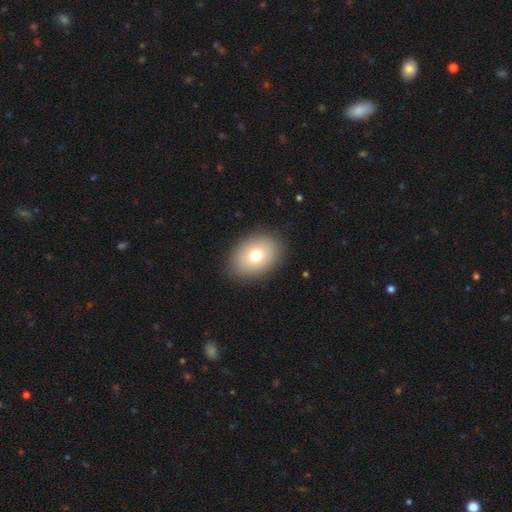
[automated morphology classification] A smooth galaxy with no disk features (74%) that is in between round and cigar-shaped (70%).

Vote fractions:
- Smooth or featured? smooth: 74% / featured or disk: 15% / star or artifact: 10%
- How rounded? in between: 70% / round: 29% / cigar-shaped: 1%
- Merging? none: 88% / minor disturbance: 8% / major disturbance: 3% / merger: 1%